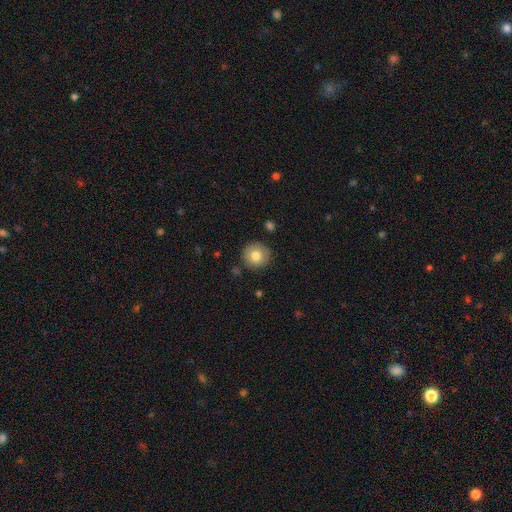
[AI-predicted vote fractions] Smooth or featured?
  - smooth: 80% *
  - featured or disk: 11%
  - star or artifact: 9%
How rounded?
  - round: 94% *
  - in between: 5%
  - cigar-shaped: 1%
Merging?
  - none: 88% *
  - minor disturbance: 8%
  - major disturbance: 2%
  - merger: 2%